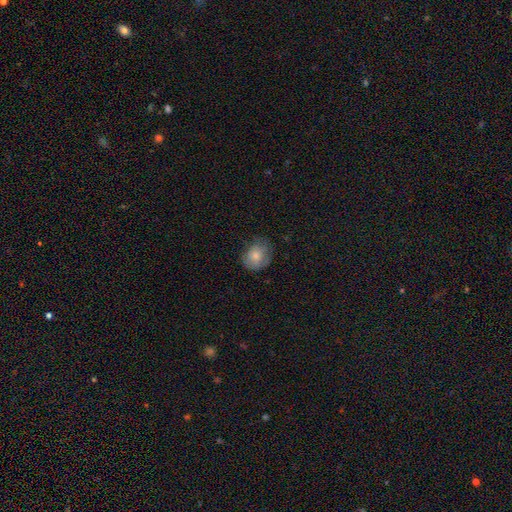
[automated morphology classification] Overall: smooth (73%). How rounded: round (55%; in between 44%). Merging: none (62%; minor disturbance 28%).